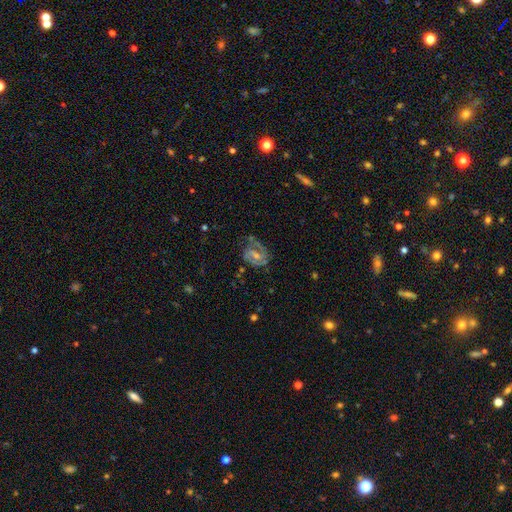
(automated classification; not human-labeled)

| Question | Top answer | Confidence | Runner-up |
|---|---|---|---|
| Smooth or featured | featured or disk | 78% | smooth (14%) |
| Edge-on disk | no | 98% | yes (2%) |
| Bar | weak | 52% | no (26%) |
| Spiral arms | yes | 91% | no (9%) |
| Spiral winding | medium | 50% | tight (33%) |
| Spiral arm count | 2 | 75% | can't tell (10%) |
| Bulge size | small | 46% | moderate (32%) |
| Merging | none | 52% | minor disturbance (24%) |